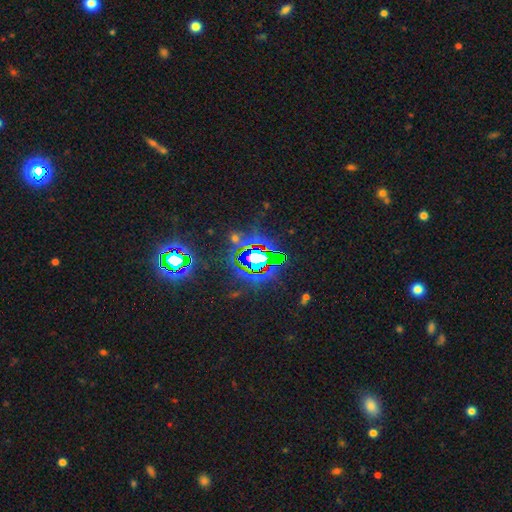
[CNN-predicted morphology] Smooth or featured: star or artifact — 75% (featured or disk — 13%)